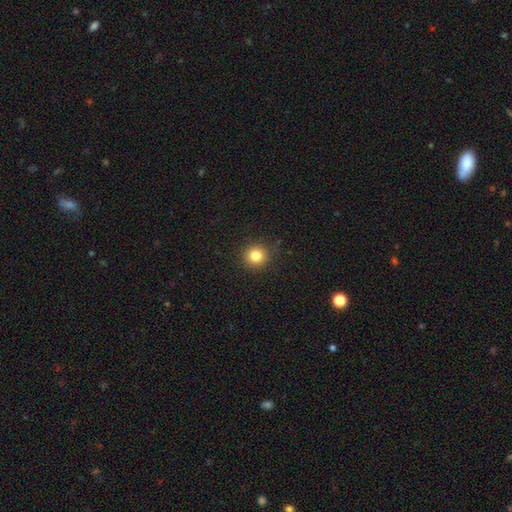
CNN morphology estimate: Q: Smooth or featured?
A: smooth (81%); runner-up: star or artifact (13%)
Q: How rounded?
A: round (94%); runner-up: in between (5%)
Q: Merging?
A: none (89%); runner-up: minor disturbance (7%)